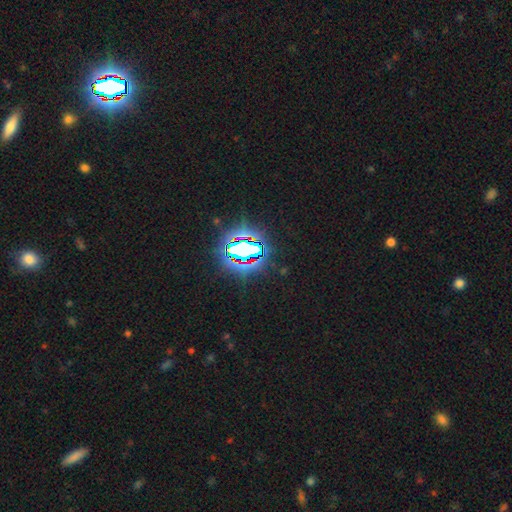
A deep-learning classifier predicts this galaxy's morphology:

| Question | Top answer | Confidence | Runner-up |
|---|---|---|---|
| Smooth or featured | star or artifact | 78% | smooth (12%) |